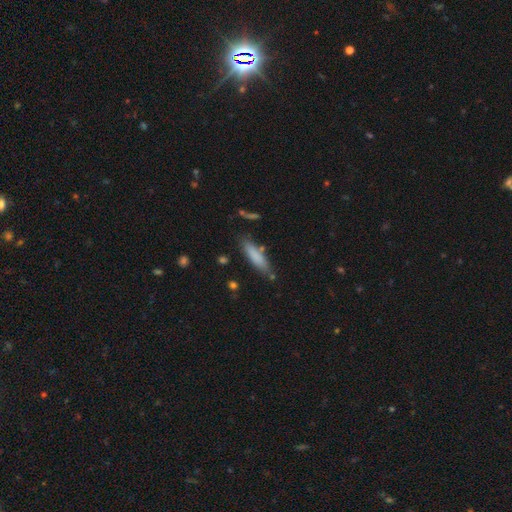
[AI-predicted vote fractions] Overall: smooth (82%). How rounded: cigar-shaped (72%). Merging: none (77%).